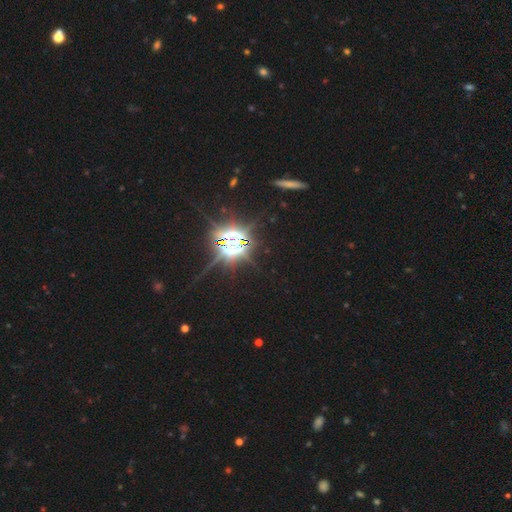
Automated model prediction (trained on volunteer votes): Smooth or featured?
  - star or artifact: 86% *
  - smooth: 8%
  - featured or disk: 5%